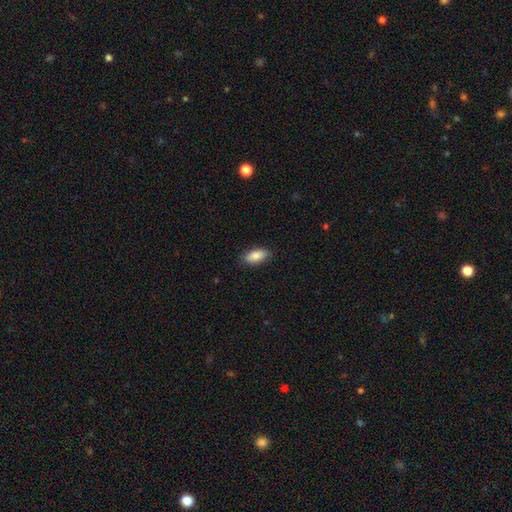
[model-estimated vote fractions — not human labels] This is clearly a smooth galaxy (83%). How rounded: clearly in between (89%). Merging: clearly none (83%).